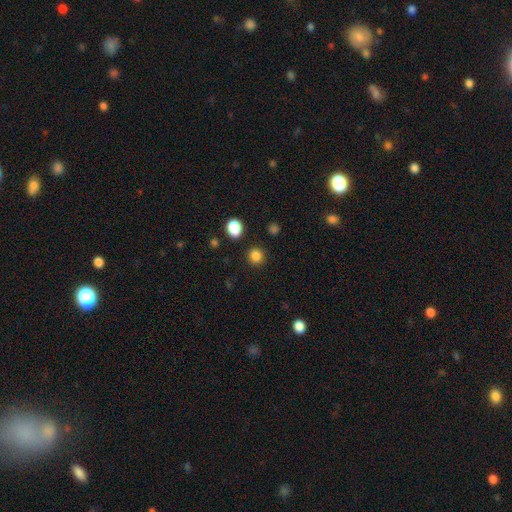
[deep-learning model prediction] Morphology: type=smooth (84%); roundness=round (88%); merging=none (89%).